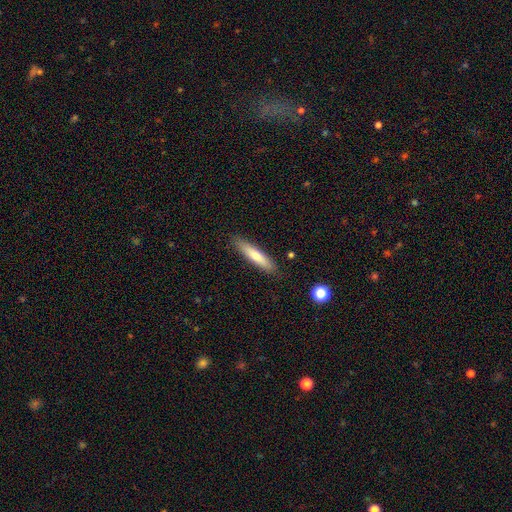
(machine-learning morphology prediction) smooth_or_featured: smooth (p=0.66) [alt: featured or disk p=0.28]
how_rounded: cigar-shaped (p=0.85) [alt: in between p=0.13]
merging: none (p=0.88) [alt: minor disturbance p=0.09]